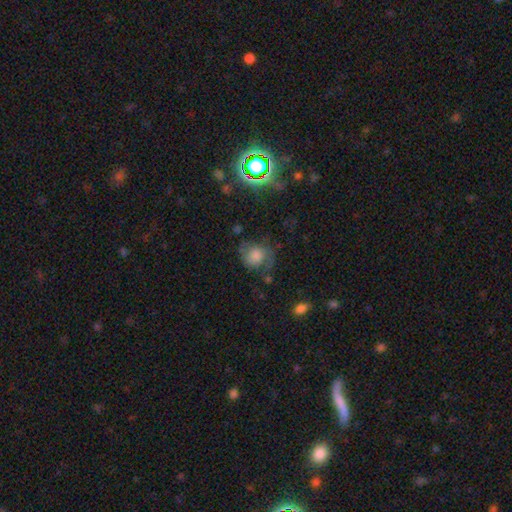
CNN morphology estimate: Overall: smooth (57%; featured or disk 31%). How rounded: round (70%). Merging: none (50%; minor disturbance 26%).